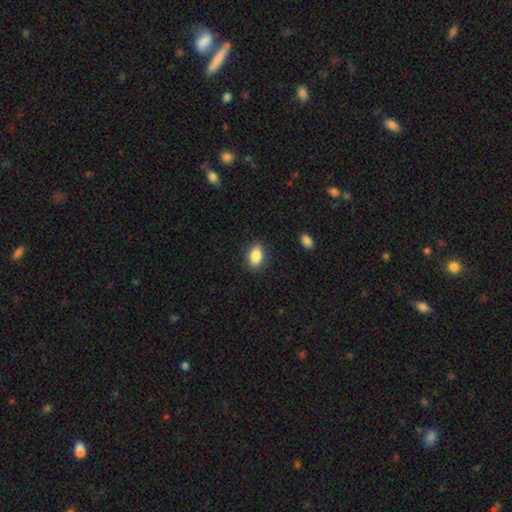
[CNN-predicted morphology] smooth 86%, star or artifact 8%, featured or disk 6%. Down the decision tree: how rounded — in between (86%); merging — none (88%).